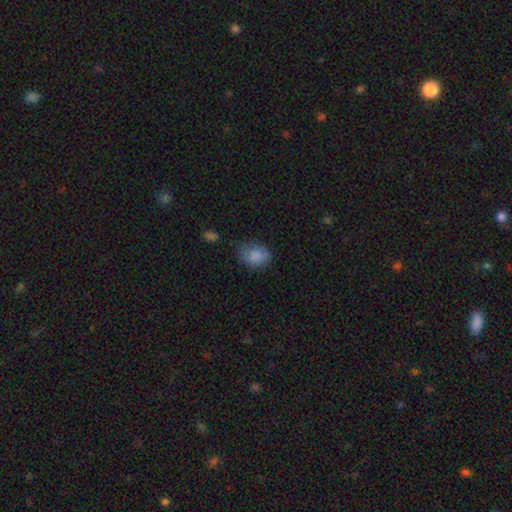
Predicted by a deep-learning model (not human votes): The model was most divided on "merging": none: 57%, minor disturbance: 30%, major disturbance: 9%, merger: 3%. More confident: smooth or featured — smooth (84%); how rounded — in between (64%).